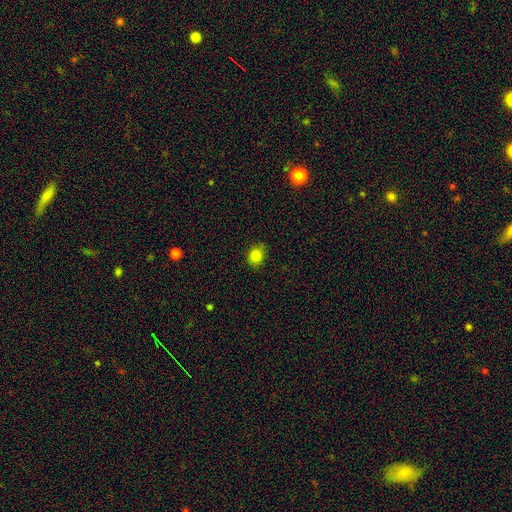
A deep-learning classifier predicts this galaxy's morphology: Smooth or featured? smooth (84%)
How rounded? round (68%)
Merging? none (82%)